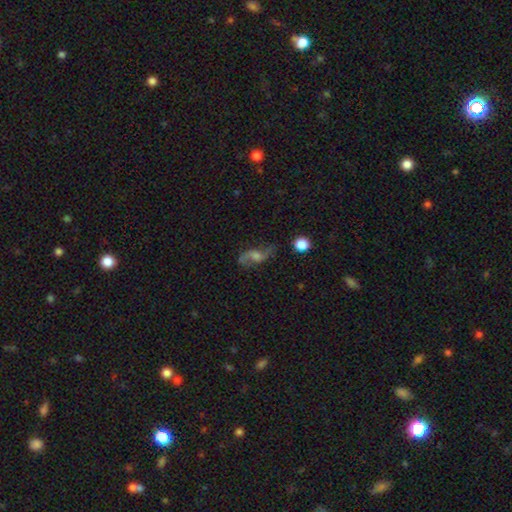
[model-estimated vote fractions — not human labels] Q: Smooth or featured?
A: featured or disk (71%); runner-up: smooth (18%)
Q: Edge-on disk?
A: no (92%); runner-up: yes (8%)
Q: Bar?
A: no (52%); runner-up: weak (38%)
Q: Spiral arms?
A: yes (92%); runner-up: no (8%)
Q: Spiral winding?
A: loose (79%); runner-up: medium (17%)
Q: Spiral arm count?
A: 2 (90%); runner-up: can't tell (4%)
Q: Bulge size?
A: moderate (40%); runner-up: small (28%)
Q: Merging?
A: none (71%); runner-up: minor disturbance (17%)